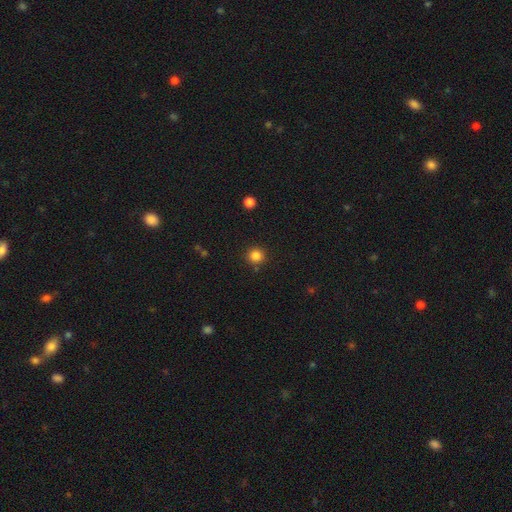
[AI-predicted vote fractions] smooth 83%, star or artifact 13%, featured or disk 4%. Down the decision tree: how rounded — round (94%); merging — none (89%).